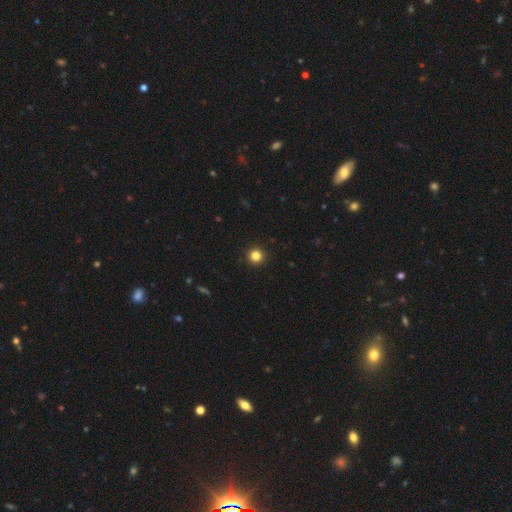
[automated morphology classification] Q: Smooth or featured?
A: smooth (83%); runner-up: star or artifact (12%)
Q: How rounded?
A: round (96%); runner-up: in between (3%)
Q: Merging?
A: none (93%); runner-up: minor disturbance (4%)